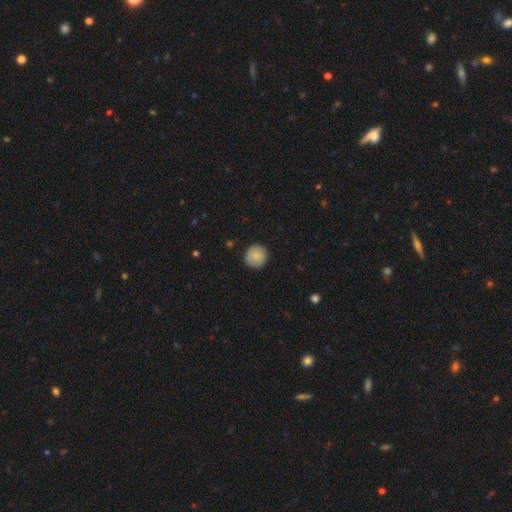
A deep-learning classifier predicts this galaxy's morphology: This appears to be a smooth galaxy with no disk features (84%) that is round (93%). Merging: none (89%).